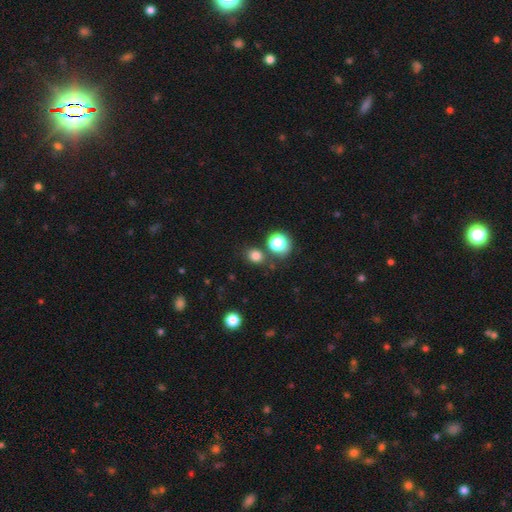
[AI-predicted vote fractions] A smooth galaxy with no disk features (77%) that is round (65%).

Vote fractions:
- Smooth or featured? smooth: 77% / star or artifact: 18% / featured or disk: 5%
- How rounded? round: 65% / in between: 34% / cigar-shaped: 1%
- Merging? none: 76% / minor disturbance: 11% / merger: 10% / major disturbance: 4%